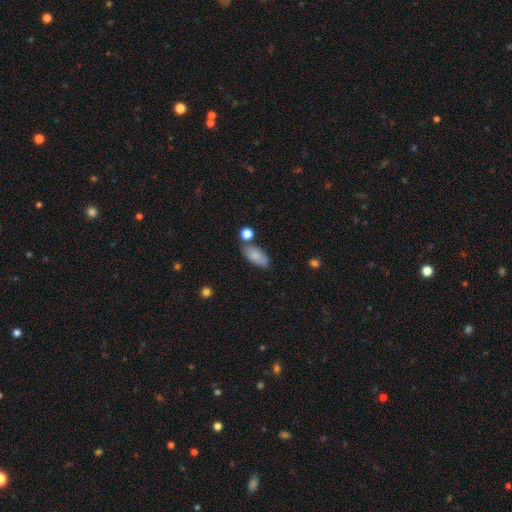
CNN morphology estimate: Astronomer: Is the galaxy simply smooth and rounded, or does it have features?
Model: smooth — 81%.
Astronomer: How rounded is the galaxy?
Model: in between — 89%.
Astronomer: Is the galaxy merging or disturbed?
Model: none — 67%.